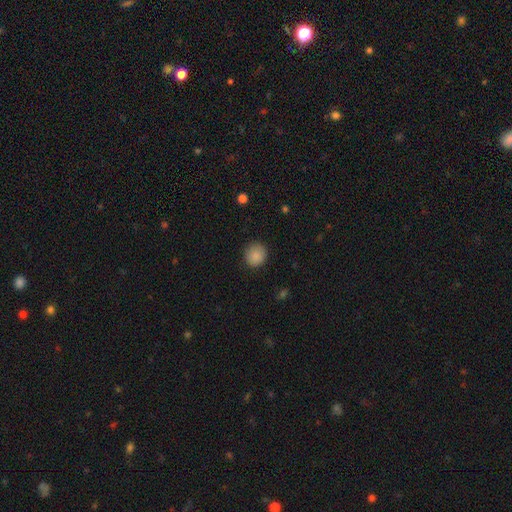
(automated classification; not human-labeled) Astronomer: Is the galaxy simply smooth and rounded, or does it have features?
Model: smooth — 88%.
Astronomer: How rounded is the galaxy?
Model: round — 88%.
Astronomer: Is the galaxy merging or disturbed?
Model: none — 87%.